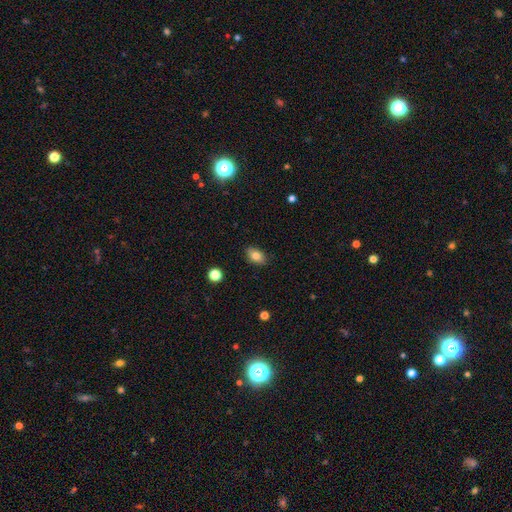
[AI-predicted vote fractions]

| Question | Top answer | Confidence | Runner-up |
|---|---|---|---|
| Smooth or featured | smooth | 82% | star or artifact (9%) |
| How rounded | in between | 85% | round (13%) |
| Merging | none | 86% | minor disturbance (11%) |